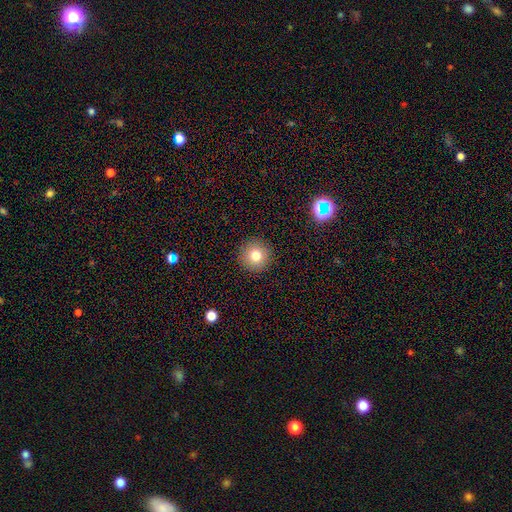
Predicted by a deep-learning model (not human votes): A smooth galaxy with no disk features (78%) that is round (95%).

Vote fractions:
- Smooth or featured? smooth: 78% / star or artifact: 12% / featured or disk: 10%
- How rounded? round: 95% / in between: 4% / cigar-shaped: 1%
- Merging? none: 92% / minor disturbance: 5% / major disturbance: 2% / merger: 1%